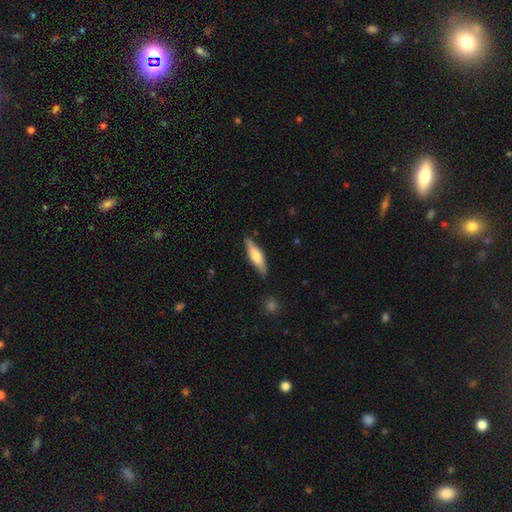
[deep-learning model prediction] Smooth or featured?
  - smooth: 56% *
  - featured or disk: 39%
  - star or artifact: 5%
How rounded?
  - cigar-shaped: 65% *
  - in between: 33%
  - round: 2%
Merging?
  - none: 85% *
  - minor disturbance: 12%
  - major disturbance: 2%
  - merger: 2%